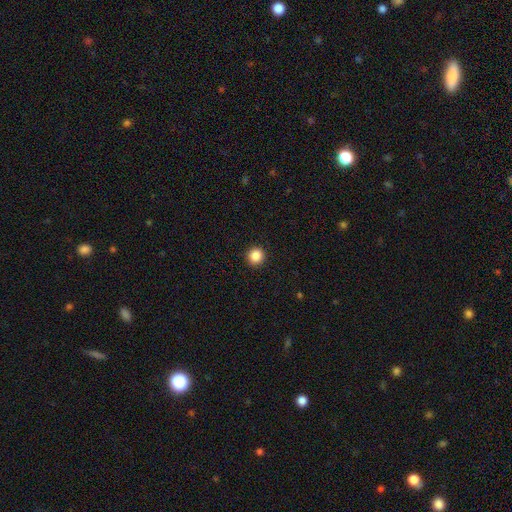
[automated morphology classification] The model was most divided on "smooth or featured": smooth: 87%, star or artifact: 10%, featured or disk: 3%. More confident: how rounded — round (95%); merging — none (93%).